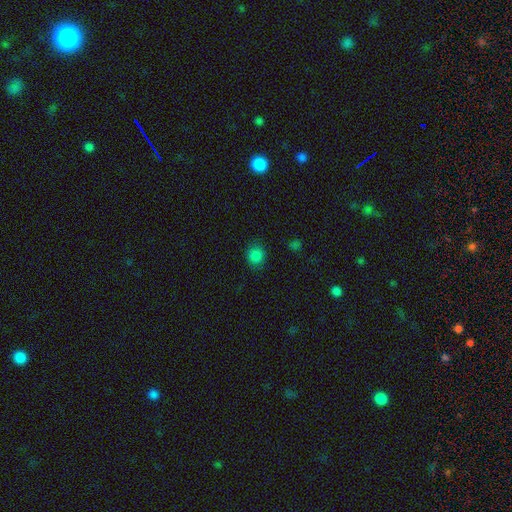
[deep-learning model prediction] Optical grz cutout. It shows a smooth galaxy with no disk features (83%) that is round (82%). Merging: none (86%).